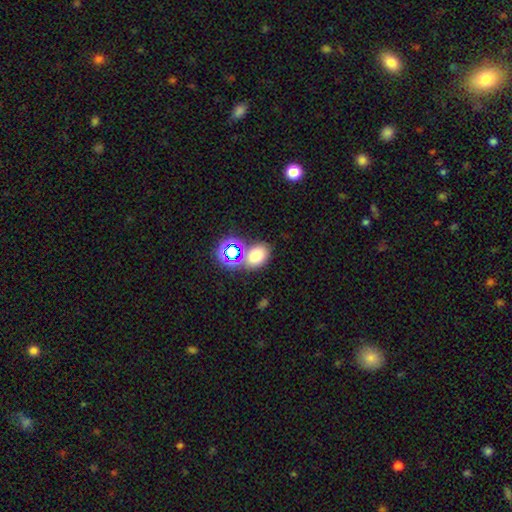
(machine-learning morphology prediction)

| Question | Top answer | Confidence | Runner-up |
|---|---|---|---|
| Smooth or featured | smooth | 67% | star or artifact (23%) |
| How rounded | in between | 67% | round (32%) |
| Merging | none | 61% | merger (20%) |